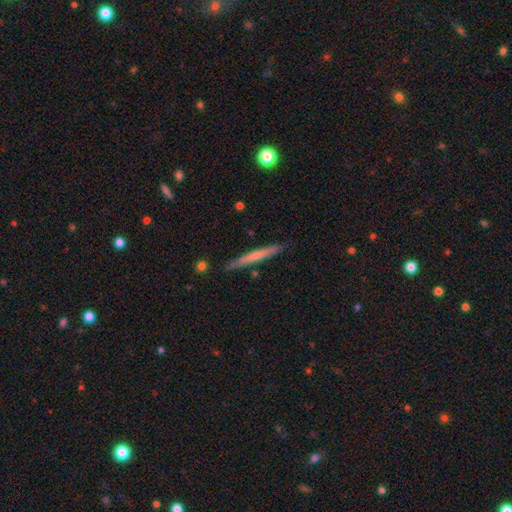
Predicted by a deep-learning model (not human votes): Morphology: type=smooth (52%); roundness=cigar-shaped (96%); merging=none (88%).